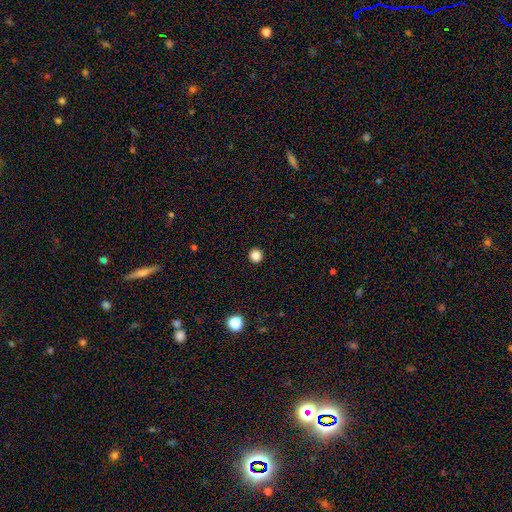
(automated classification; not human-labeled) The model was most divided on "smooth or featured": smooth: 85%, star or artifact: 12%, featured or disk: 3%. More confident: merging — none (93%); how rounded — round (93%).